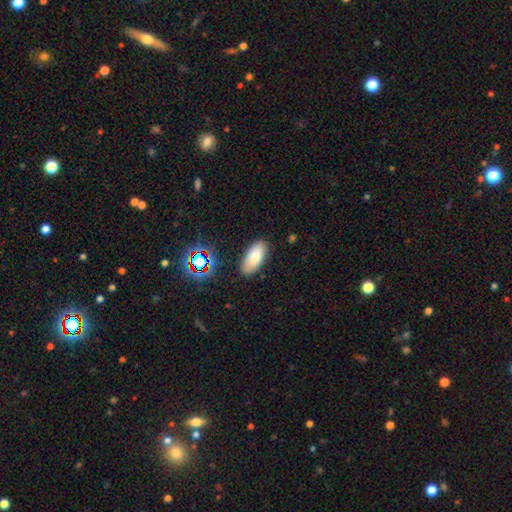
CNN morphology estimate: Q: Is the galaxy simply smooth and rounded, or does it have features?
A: smooth — 82%.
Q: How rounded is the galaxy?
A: in between — 89%.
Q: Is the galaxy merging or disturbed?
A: none — 83%.